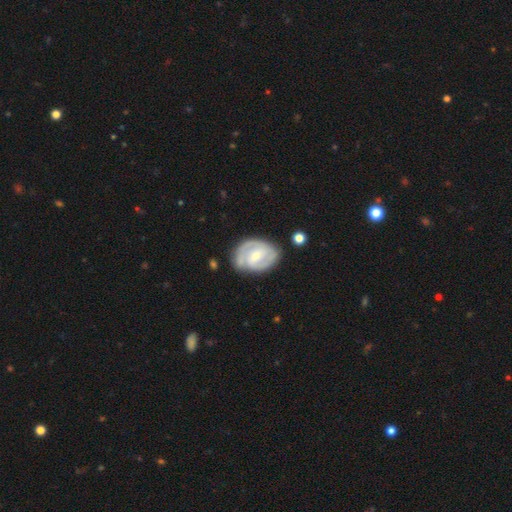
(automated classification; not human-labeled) This is likely a featured or disk galaxy (77%). It is clearly not viewed edge-on (97%). Bar: possibly weak (51%). Spiral arm pattern: clearly yes (88%). Spiral arm count: likely 2 (69%). Spiral winding: possibly tight (50%). Central bulge: possibly small (55%). Merging: likely none (70%).